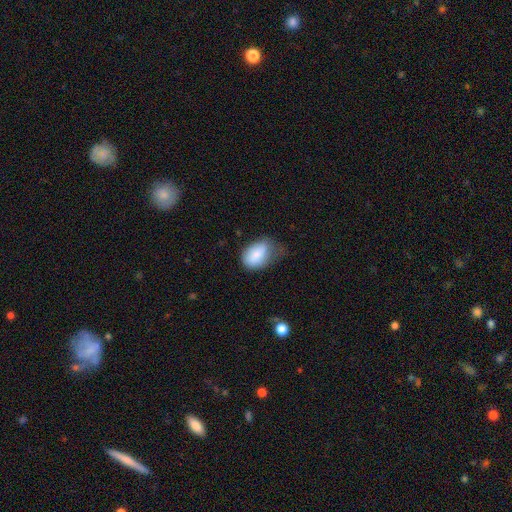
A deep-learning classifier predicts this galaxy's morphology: The model was most divided on "merging": minor disturbance: 44%, none: 33%, major disturbance: 20%, merger: 2%. More confident: how rounded — in between (86%); smooth or featured — smooth (82%).